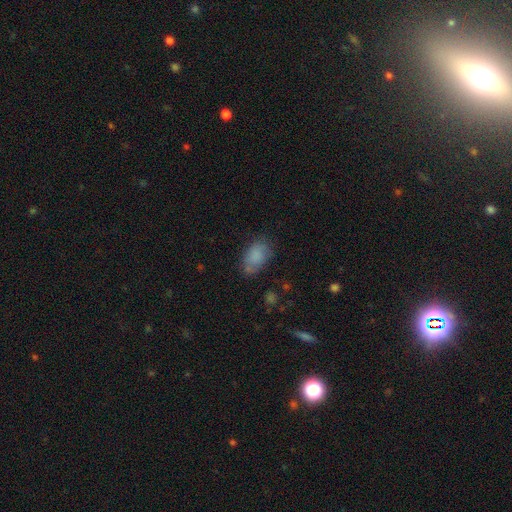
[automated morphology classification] smooth-or-featured: smooth: 83% | featured or disk: 9% | star or artifact: 8%
  how-rounded: in between: 90% | round: 8% | cigar-shaped: 2%
  merging: none: 67% | minor disturbance: 23% | major disturbance: 7% | merger: 4%